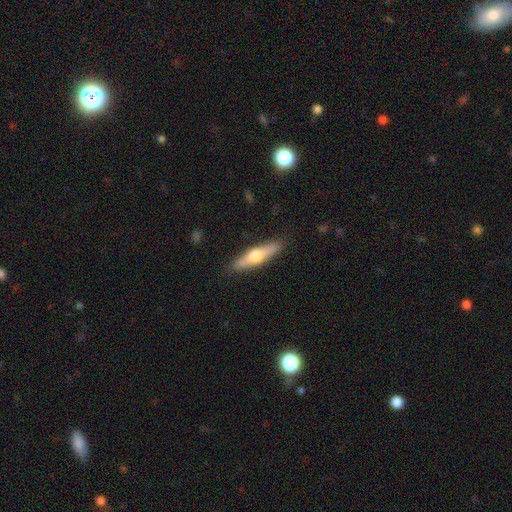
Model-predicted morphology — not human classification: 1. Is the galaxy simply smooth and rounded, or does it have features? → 48% featured or disk, 47% smooth, 5% star or artifact.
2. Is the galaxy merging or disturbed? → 89% none, 8% minor disturbance, 2% major disturbance, 1% merger.